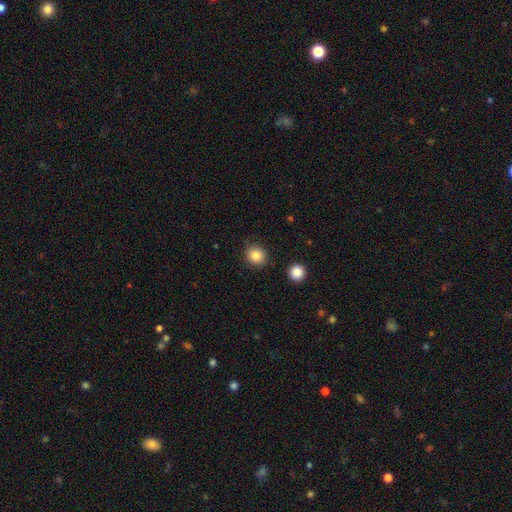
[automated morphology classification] Smooth or featured?
  - smooth: 86% *
  - star or artifact: 10%
  - featured or disk: 5%
How rounded?
  - round: 86% *
  - in between: 13%
  - cigar-shaped: 1%
Merging?
  - none: 87% *
  - minor disturbance: 8%
  - major disturbance: 3%
  - merger: 3%